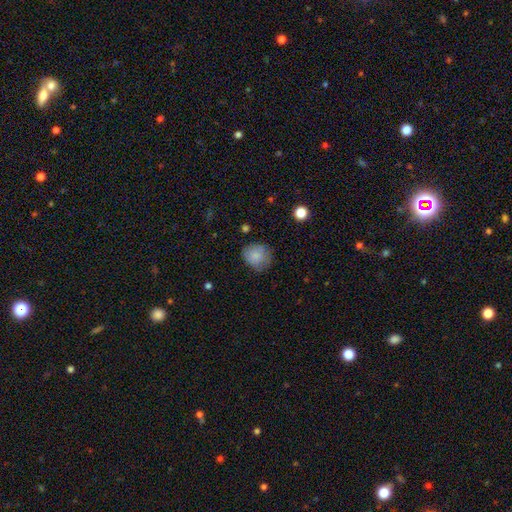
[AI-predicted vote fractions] smooth-or-featured: smooth: 82% | featured or disk: 9% | star or artifact: 8%
  how-rounded: round: 78% | in between: 21% | cigar-shaped: 1%
  merging: none: 71% | minor disturbance: 21% | major disturbance: 6% | merger: 2%